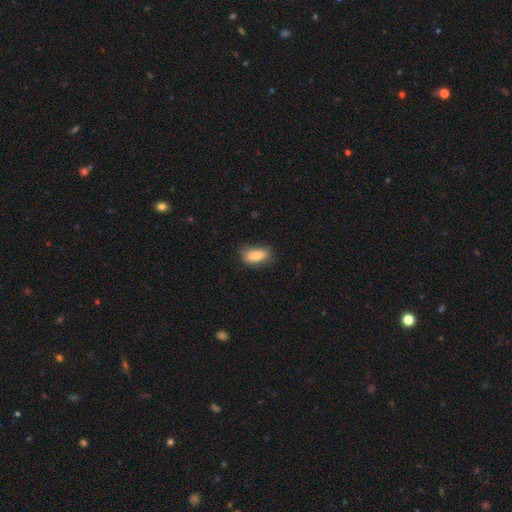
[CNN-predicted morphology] smooth-or-featured: smooth: 81% | featured or disk: 11% | star or artifact: 8%
  how-rounded: in between: 78% | cigar-shaped: 17% | round: 4%
  merging: none: 67% | minor disturbance: 25% | major disturbance: 6% | merger: 2%